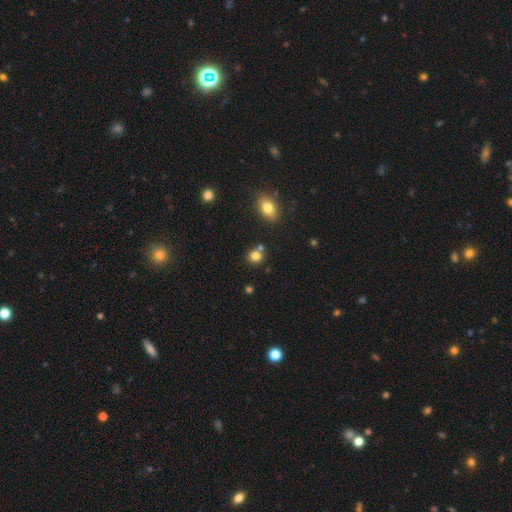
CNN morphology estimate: Smooth or featured: smooth — 80% (star or artifact — 13%)
How rounded: round — 83% (in between — 16%)
Merging: none — 68% (merger — 20%)